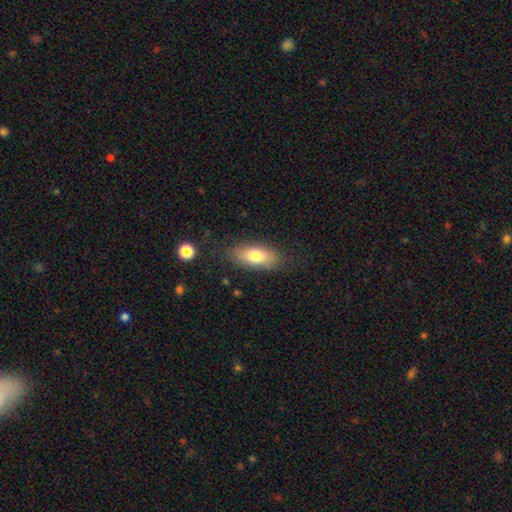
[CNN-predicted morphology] Smooth or featured?
  - smooth: 75% *
  - featured or disk: 18%
  - star or artifact: 7%
How rounded?
  - in between: 82% *
  - cigar-shaped: 14%
  - round: 4%
Merging?
  - none: 80% *
  - minor disturbance: 14%
  - major disturbance: 4%
  - merger: 2%